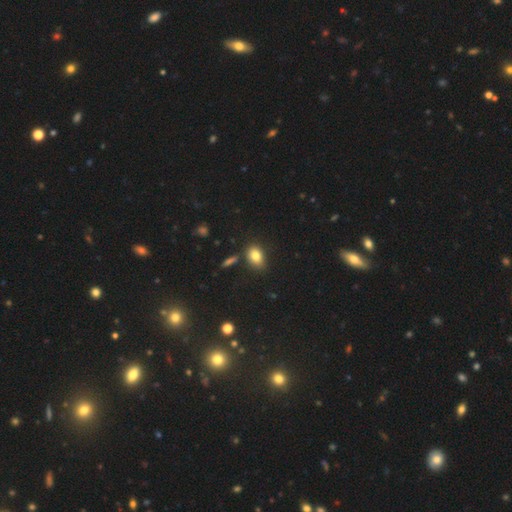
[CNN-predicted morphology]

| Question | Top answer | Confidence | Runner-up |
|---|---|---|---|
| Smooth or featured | smooth | 80% | star or artifact (11%) |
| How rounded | in between | 73% | round (25%) |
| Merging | none | 77% | minor disturbance (14%) |